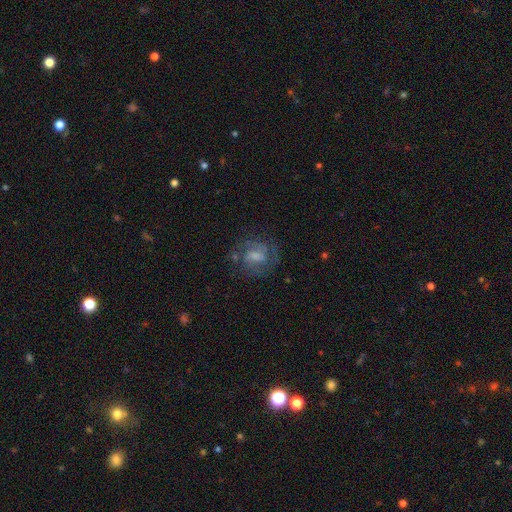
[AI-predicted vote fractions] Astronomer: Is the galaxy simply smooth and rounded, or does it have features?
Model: featured or disk — 60%.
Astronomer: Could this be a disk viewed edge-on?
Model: no — 97%.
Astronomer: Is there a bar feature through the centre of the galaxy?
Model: weak — 51% (runner-up: no, 35%).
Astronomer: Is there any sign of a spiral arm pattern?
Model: yes — 81%.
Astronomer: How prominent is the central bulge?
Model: small — 36% (runner-up: moderate, 35%).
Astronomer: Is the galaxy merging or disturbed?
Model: none — 65%.